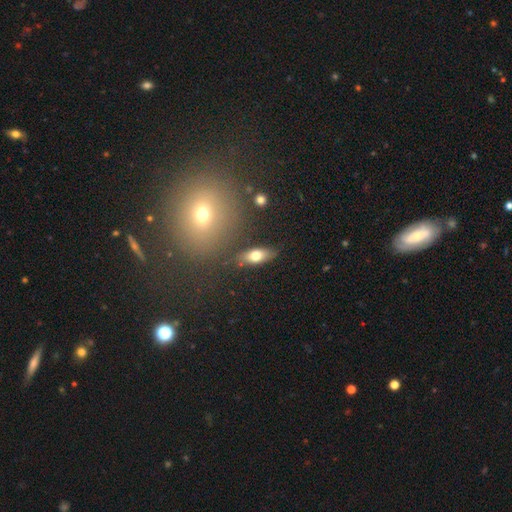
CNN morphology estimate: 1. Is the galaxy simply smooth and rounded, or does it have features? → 71% smooth, 20% featured or disk, 8% star or artifact.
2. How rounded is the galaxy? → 79% in between, 16% cigar-shaped, 5% round.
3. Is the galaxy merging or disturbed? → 82% none, 11% minor disturbance, 4% merger, 3% major disturbance.